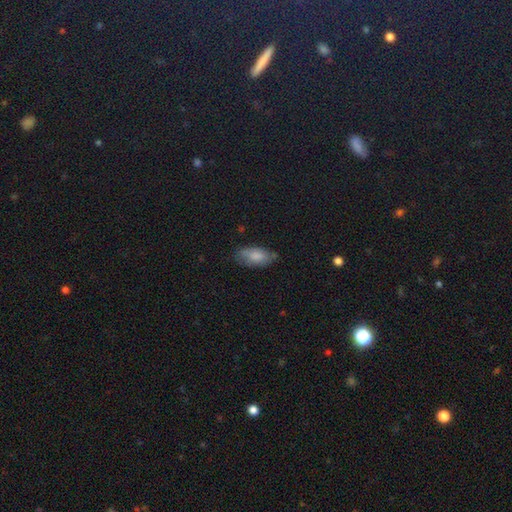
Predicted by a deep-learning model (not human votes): smooth 79%, featured or disk 14%, star or artifact 7%. Down the decision tree: how rounded — in between (89%); merging — none (63%).